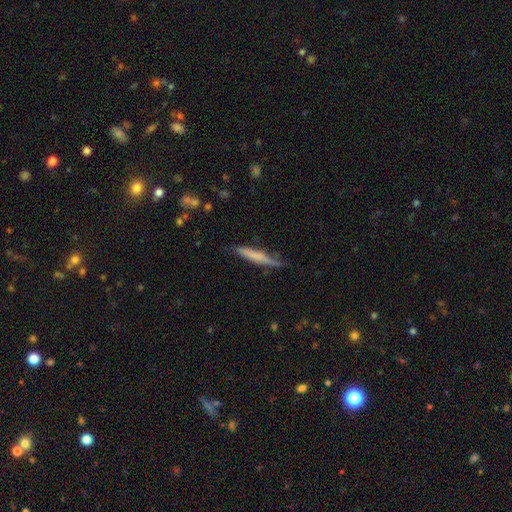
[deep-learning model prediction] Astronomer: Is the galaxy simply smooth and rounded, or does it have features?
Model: smooth — 64%.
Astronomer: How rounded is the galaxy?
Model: cigar-shaped — 93%.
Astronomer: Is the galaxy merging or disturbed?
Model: none — 71%.